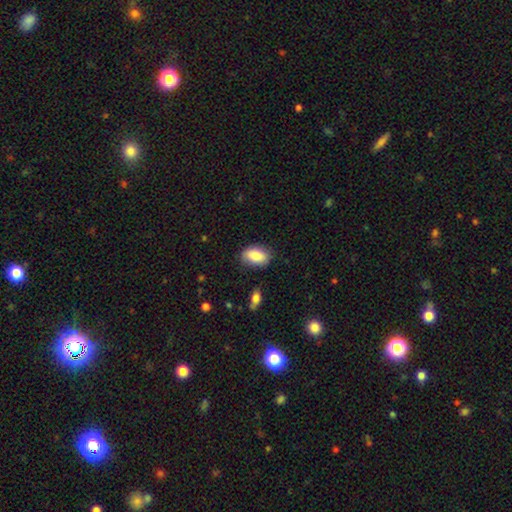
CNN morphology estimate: The model was most divided on "merging": none: 80%, minor disturbance: 15%, major disturbance: 3%, merger: 2%. More confident: how rounded — in between (90%); smooth or featured — smooth (83%).